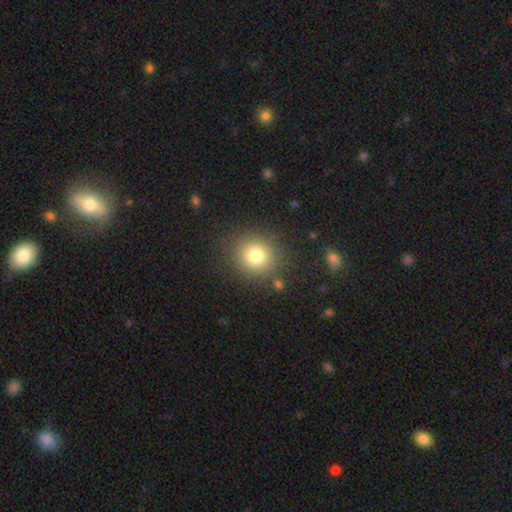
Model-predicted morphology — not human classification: A smooth galaxy with no disk features (80%) that is round (86%). Merging: none (86%).